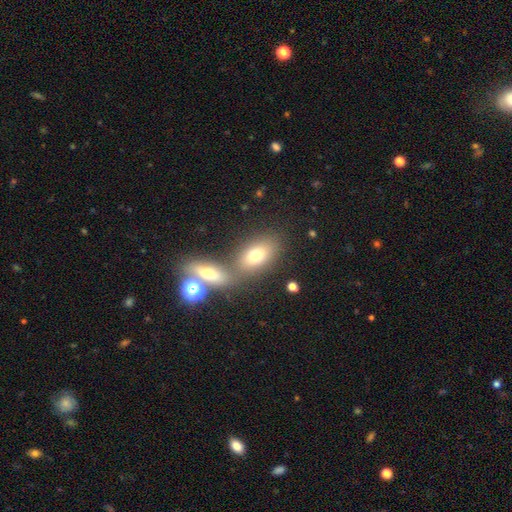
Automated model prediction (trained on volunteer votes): Smooth or featured: smooth — 73% (featured or disk — 16%)
How rounded: in between — 82% (round — 13%)
Merging: none — 53% (merger — 31%)